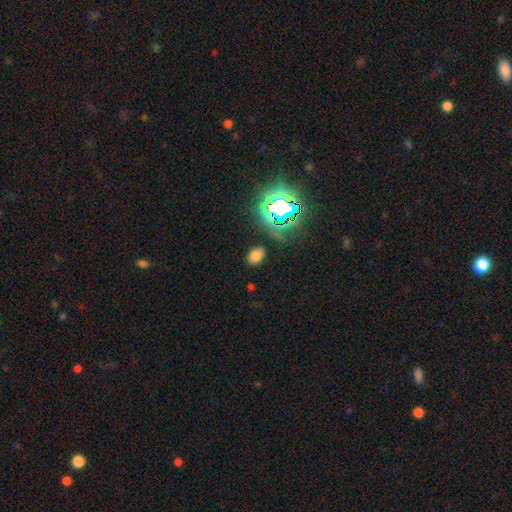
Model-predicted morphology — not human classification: smooth 69%, star or artifact 23%, featured or disk 7%. Down the decision tree: how rounded — in between (82%); merging — none (83%).